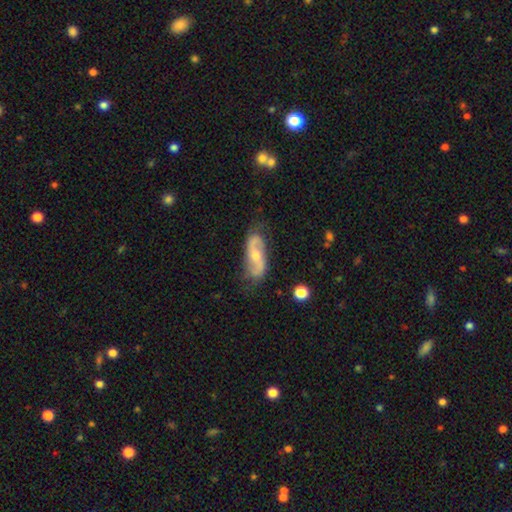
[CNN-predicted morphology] featured or disk 76%, smooth 18%, star or artifact 6%. Down the decision tree: edge-on disk — no (90%); bar — no (49%); spiral arms — yes (90%); spiral arm count — 2 (89%); spiral winding — loose (49%); bulge size — moderate (55%); merging — none (75%).